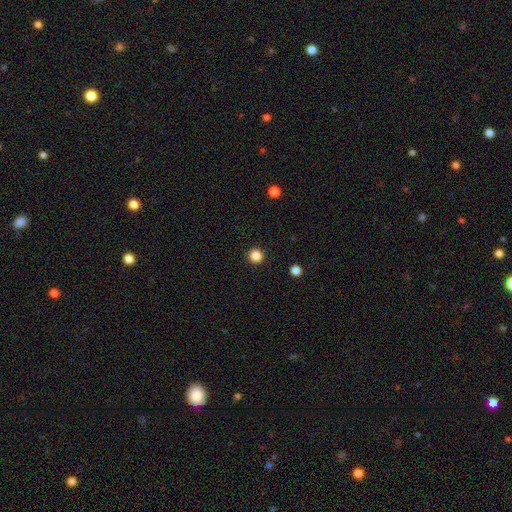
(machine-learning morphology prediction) type=smooth (86%); roundness=round (96%); merging=none (94%).